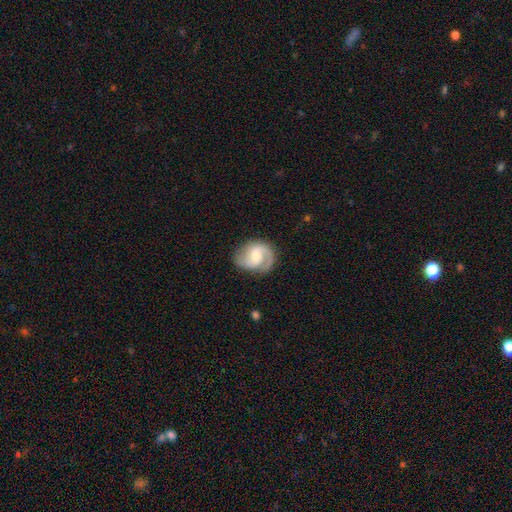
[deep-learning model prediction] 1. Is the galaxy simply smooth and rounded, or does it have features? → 81% featured or disk, 14% smooth, 5% star or artifact.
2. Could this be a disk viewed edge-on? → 98% no, 2% yes.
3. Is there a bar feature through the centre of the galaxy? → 52% weak, 34% no, 14% strong.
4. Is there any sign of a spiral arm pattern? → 95% yes, 5% no.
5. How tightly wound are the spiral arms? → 50% medium, 30% tight, 20% loose.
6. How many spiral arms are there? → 75% 2, 16% 1, 5% can't tell, 2% 3, 1% 4, 1% more than 4.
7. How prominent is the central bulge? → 56% moderate, 36% small, 4% large, 2% none, 1% dominant.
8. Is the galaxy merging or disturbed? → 74% none, 18% minor disturbance, 7% major disturbance, 1% merger.